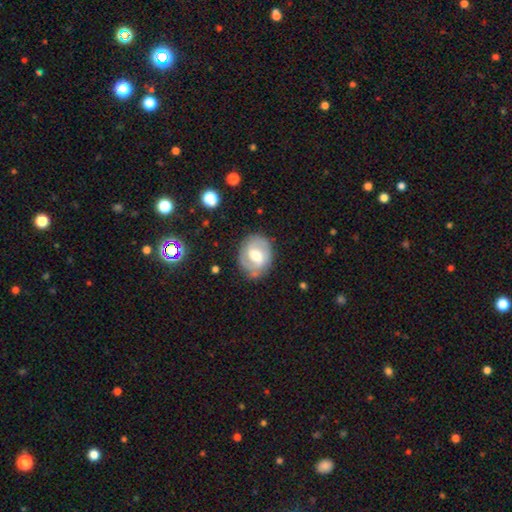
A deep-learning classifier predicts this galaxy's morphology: featured or disk 67%, smooth 27%, star or artifact 6%. Down the decision tree: edge-on disk — no (97%); bar — weak (52%); spiral arms — yes (77%); bulge size — moderate (67%); merging — none (76%).